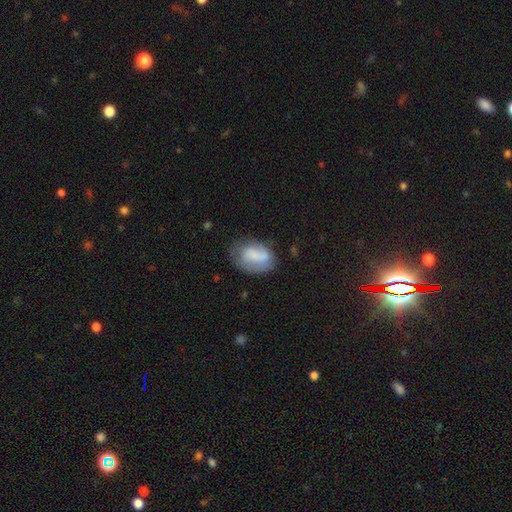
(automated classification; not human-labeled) smooth_or_featured: smooth (p=0.66) [alt: featured or disk p=0.26]
how_rounded: in between (p=0.82) [alt: round p=0.16]
merging: none (p=0.51) [alt: minor disturbance p=0.30]